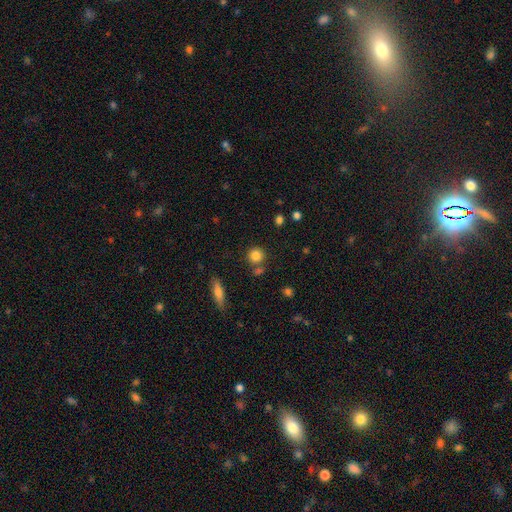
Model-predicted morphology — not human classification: This appears to be a smooth galaxy with no disk features (83%) that is round (90%). Merging: none (75%).